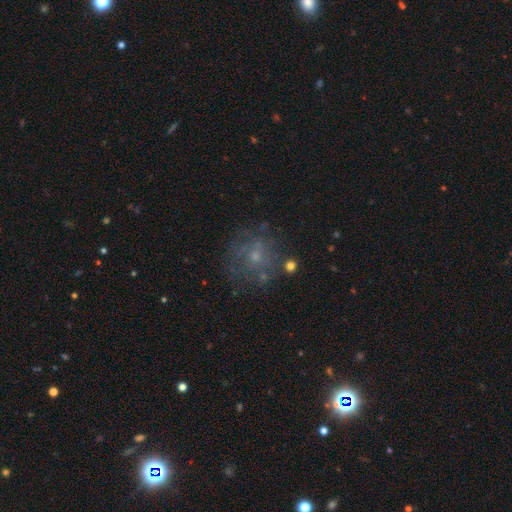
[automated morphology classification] featured or disk 42%, smooth 39%, star or artifact 19%. Down the decision tree: merging — none (66%).